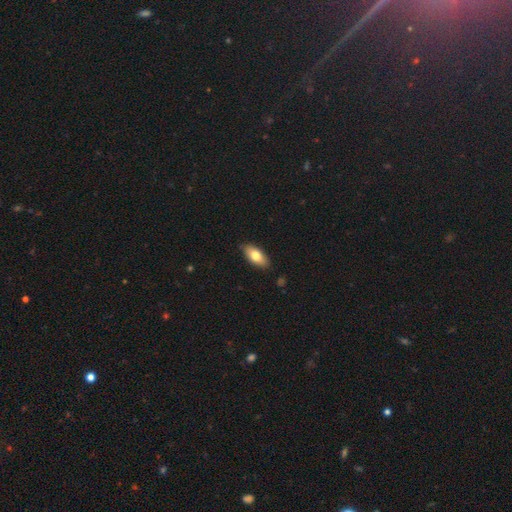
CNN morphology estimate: This appears to be a smooth galaxy with no disk features (75%) that is in between round and cigar-shaped (87%). Merging: none (86%).